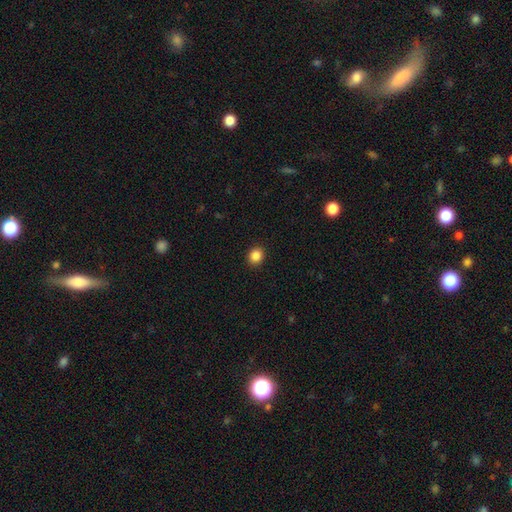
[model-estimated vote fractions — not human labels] The model was most divided on "how rounded": round: 72%, in between: 27%, cigar-shaped: 1%. More confident: merging — none (92%); smooth or featured — smooth (86%).